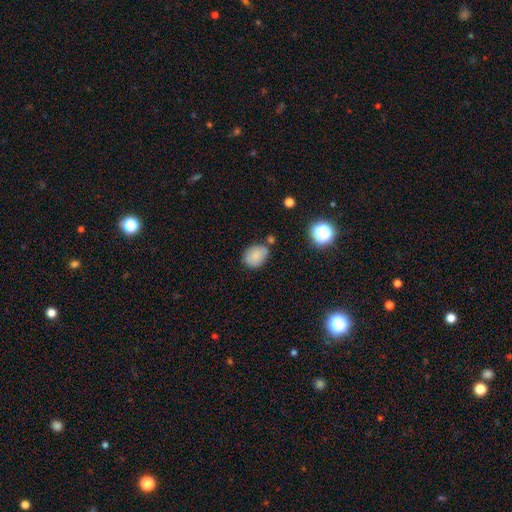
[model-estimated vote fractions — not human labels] This appears to be a smooth galaxy with no disk features (81%) that is in between round and cigar-shaped (64%). Merging: none (64%).